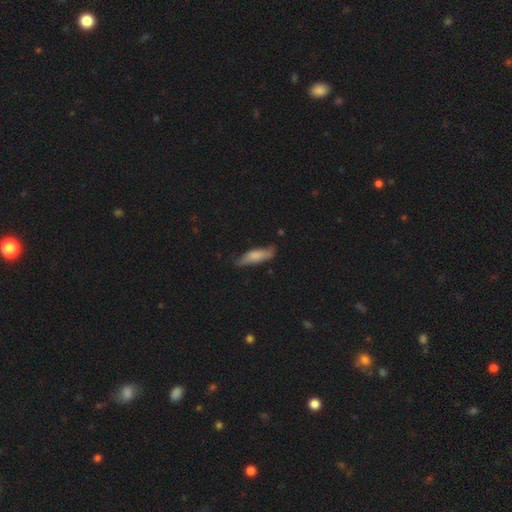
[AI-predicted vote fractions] This appears to be a smooth galaxy with no disk features (72%) that is cigar-shaped (58%). Merging: none (67%).